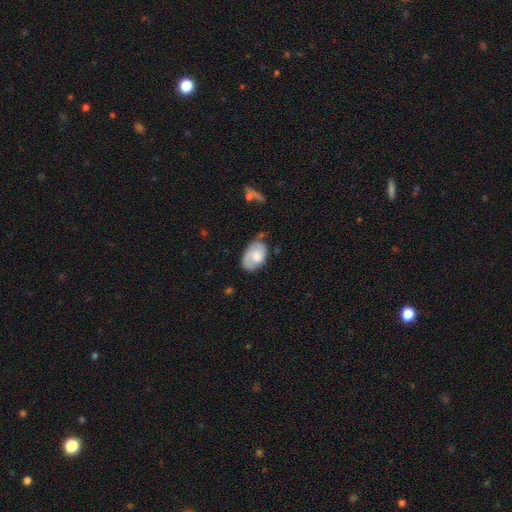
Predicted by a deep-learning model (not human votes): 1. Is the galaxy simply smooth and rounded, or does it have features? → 55% smooth, 39% featured or disk, 7% star or artifact.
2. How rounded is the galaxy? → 90% in between, 8% round, 1% cigar-shaped.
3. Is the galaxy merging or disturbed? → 60% none, 29% minor disturbance, 8% major disturbance, 4% merger.